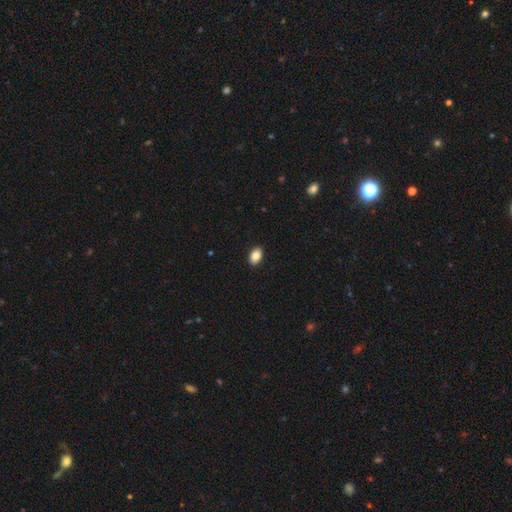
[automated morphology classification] smooth-or-featured: smooth: 84% | star or artifact: 8% | featured or disk: 8%
  how-rounded: in between: 88% | round: 11% | cigar-shaped: 1%
  merging: none: 91% | minor disturbance: 7% | major disturbance: 2% | merger: 1%